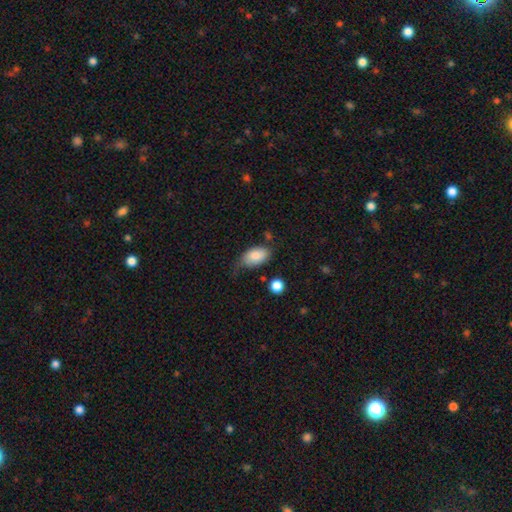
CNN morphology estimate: type=smooth (81%); roundness=in between (92%); merging=none (46%).